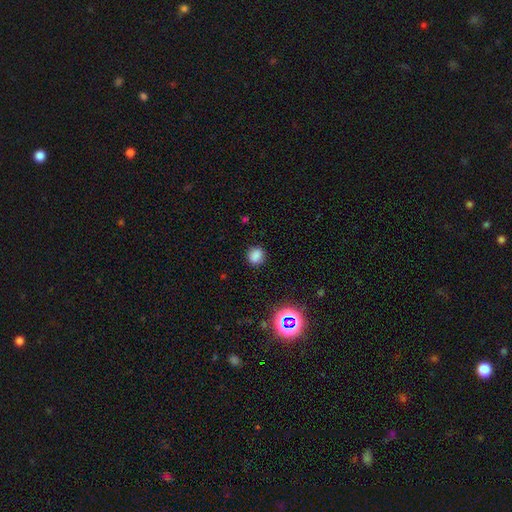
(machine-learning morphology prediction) A smooth galaxy with no disk features (80%) that is round (83%). Merging: none (87%).